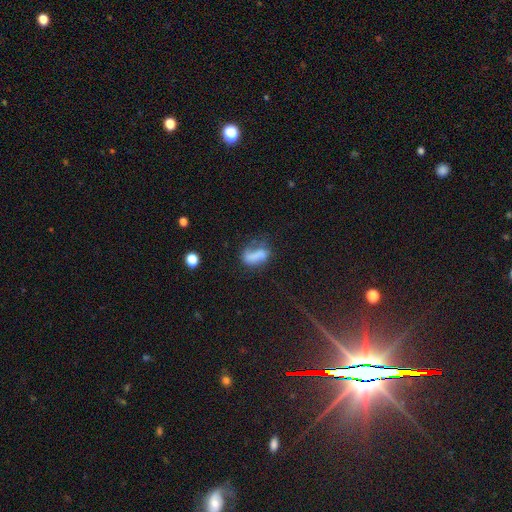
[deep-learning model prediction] Smooth or featured: smooth — 57% (featured or disk — 30%)
How rounded: in between — 78% (cigar-shaped — 12%)
Merging: none — 35% (major disturbance — 30%)